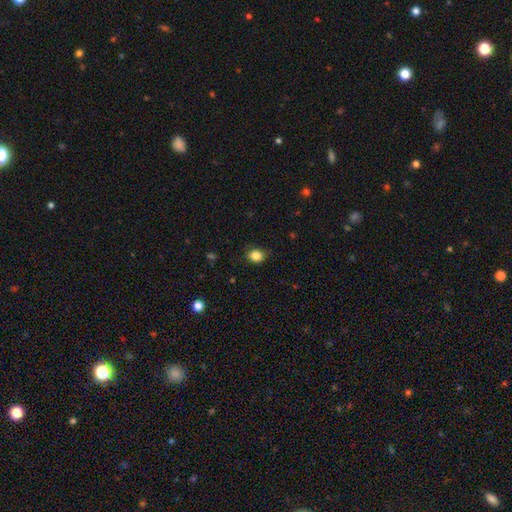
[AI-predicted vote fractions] A smooth galaxy with no disk features (85%) that is round (57%). Merging: none (82%).